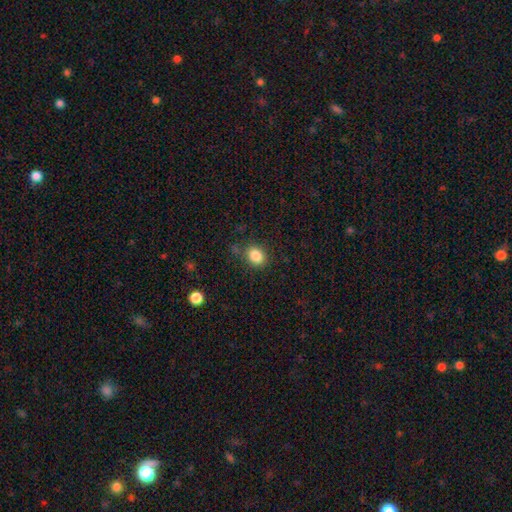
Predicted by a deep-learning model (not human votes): The model was most divided on "how rounded": in between: 52%, round: 47%, cigar-shaped: 1%. More confident: smooth or featured — smooth (85%); merging — none (79%).